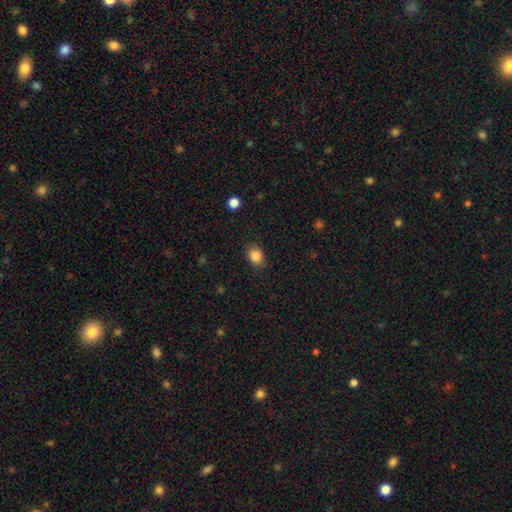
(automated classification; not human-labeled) Smooth or featured: smooth — 85% (star or artifact — 9%)
How rounded: in between — 60% (round — 39%)
Merging: none — 86% (minor disturbance — 11%)